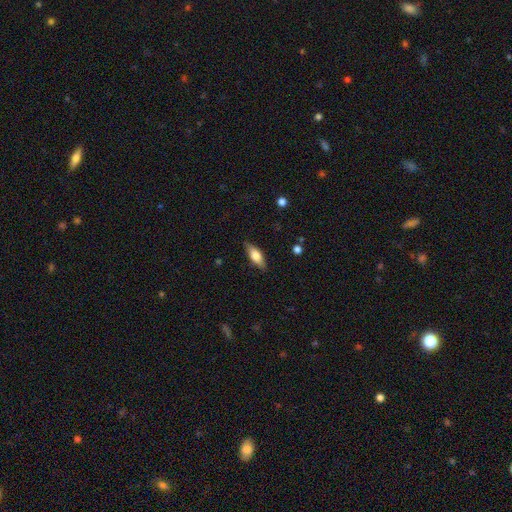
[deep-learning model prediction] This appears to be a smooth galaxy with no disk features (62%) that is in between round and cigar-shaped (65%). Merging: none (84%).